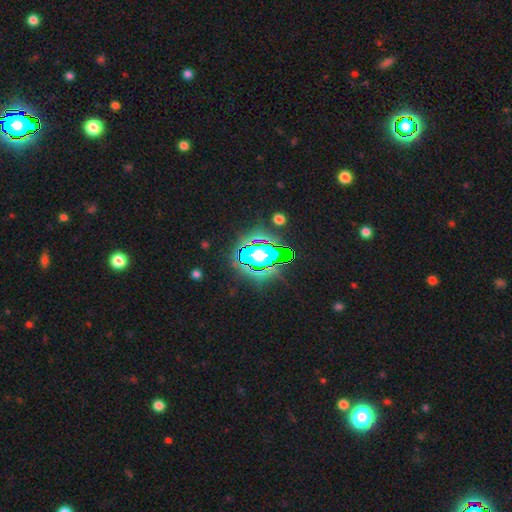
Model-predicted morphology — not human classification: Q: Smooth or featured?
A: star or artifact (64%); runner-up: smooth (19%)